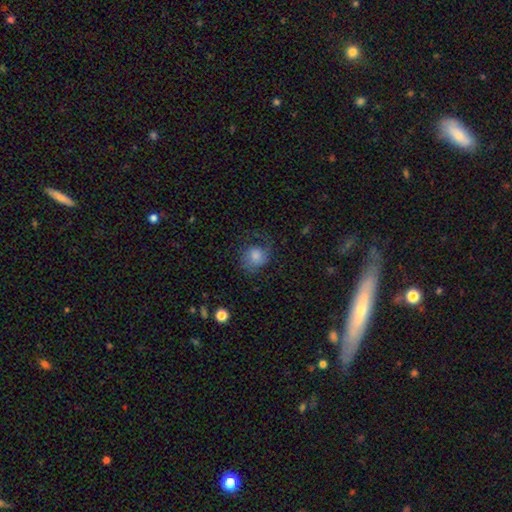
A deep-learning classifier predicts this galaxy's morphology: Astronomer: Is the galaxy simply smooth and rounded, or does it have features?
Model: smooth — 59%.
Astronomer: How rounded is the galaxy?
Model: round — 74%.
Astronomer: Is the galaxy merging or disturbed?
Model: none — 56%.